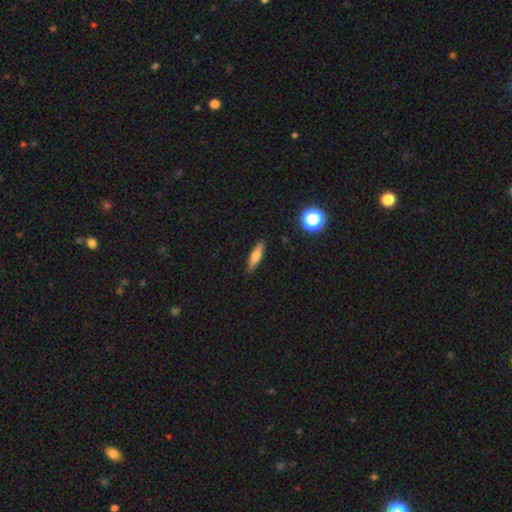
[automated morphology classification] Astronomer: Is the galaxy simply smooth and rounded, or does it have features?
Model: smooth — 65%.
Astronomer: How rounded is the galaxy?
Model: cigar-shaped — 69%.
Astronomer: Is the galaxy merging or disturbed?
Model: none — 88%.